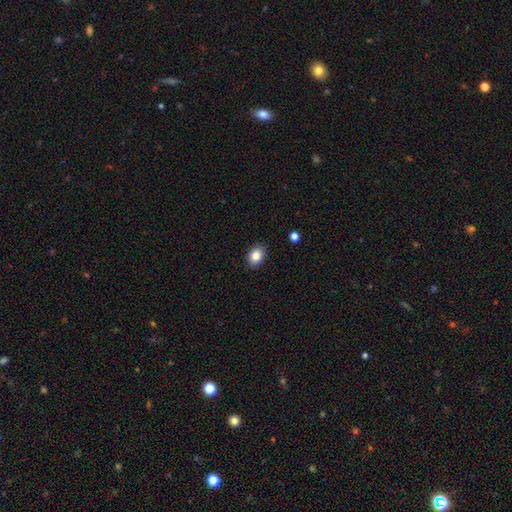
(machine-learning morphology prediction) A smooth galaxy with no disk features (85%) that is in between round and cigar-shaped (65%).

Vote fractions:
- Smooth or featured? smooth: 85% / star or artifact: 9% / featured or disk: 6%
- How rounded? in between: 65% / round: 34% / cigar-shaped: 1%
- Merging? none: 87% / minor disturbance: 10% / major disturbance: 2% / merger: 1%